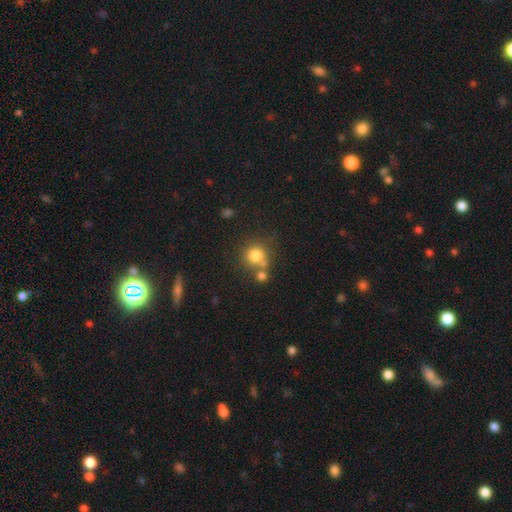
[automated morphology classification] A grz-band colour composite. It shows a smooth galaxy with no disk features (78%) that is round (88%). Merging: none (55%).